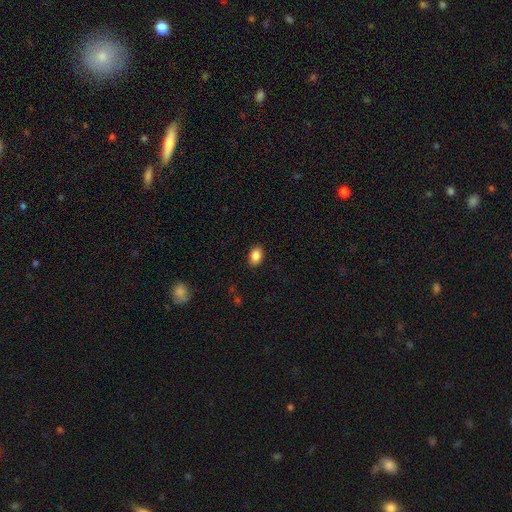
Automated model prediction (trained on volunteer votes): smooth-or-featured: smooth: 88% | star or artifact: 8% | featured or disk: 4%
  how-rounded: in between: 87% | round: 12% | cigar-shaped: 1%
  merging: none: 89% | minor disturbance: 8% | major disturbance: 2% | merger: 1%